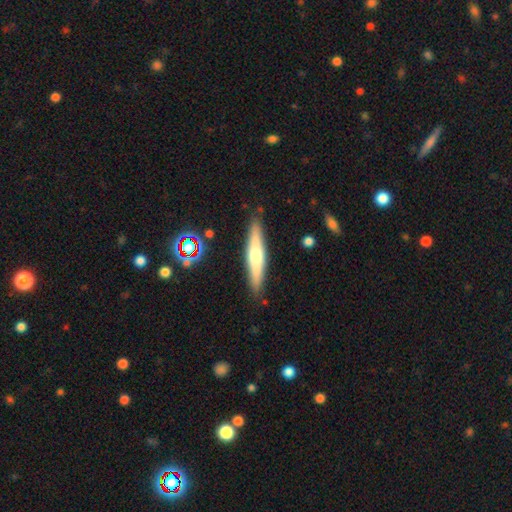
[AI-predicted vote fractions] smooth-or-featured: featured or disk: 49% | smooth: 44% | star or artifact: 7%
  merging: none: 88% | minor disturbance: 9% | major disturbance: 2% | merger: 2%